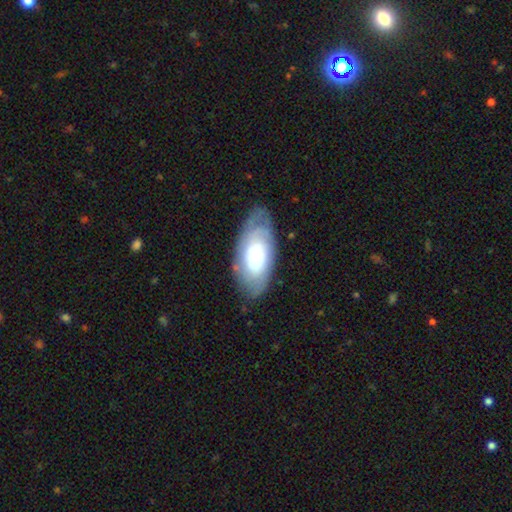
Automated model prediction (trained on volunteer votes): Smooth or featured? Predicted: featured or disk (p=0.51). Edge-on disk? Predicted: no (p=0.90). Merging? Predicted: none (p=0.72).